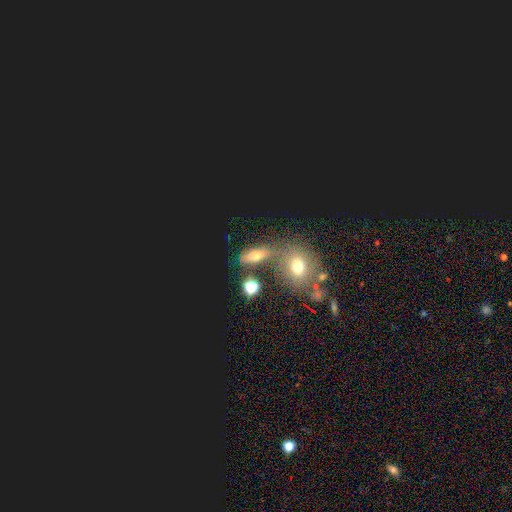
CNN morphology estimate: Smooth or featured? smooth (53%)
How rounded? in between (63%)
Merging? none (54%)